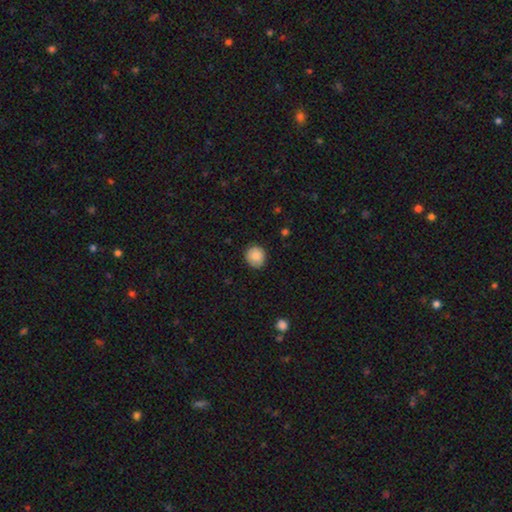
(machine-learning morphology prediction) A smooth galaxy with no disk features (86%) that is round (89%). Merging: none (87%).